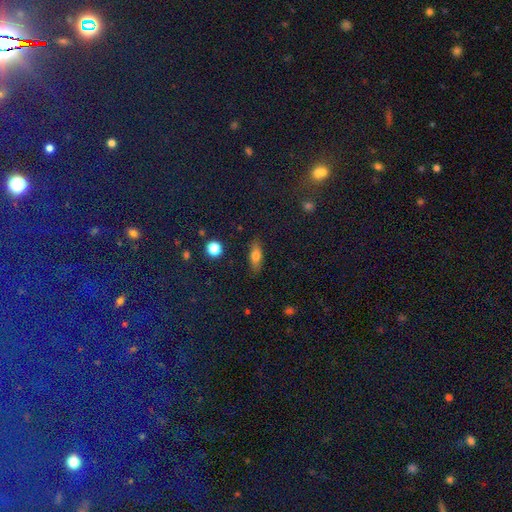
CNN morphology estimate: Q: Smooth or featured?
A: smooth (70%); runner-up: featured or disk (21%)
Q: How rounded?
A: in between (64%); runner-up: cigar-shaped (31%)
Q: Merging?
A: none (85%); runner-up: minor disturbance (11%)